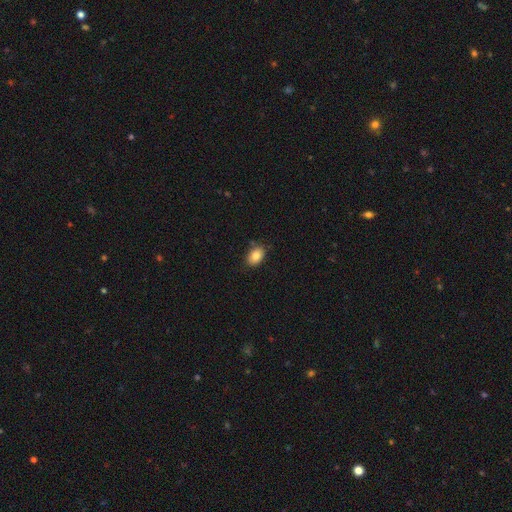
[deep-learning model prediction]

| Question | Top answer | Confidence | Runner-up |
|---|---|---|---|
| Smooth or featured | smooth | 85% | star or artifact (8%) |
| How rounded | in between | 84% | round (14%) |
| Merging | none | 81% | minor disturbance (15%) |